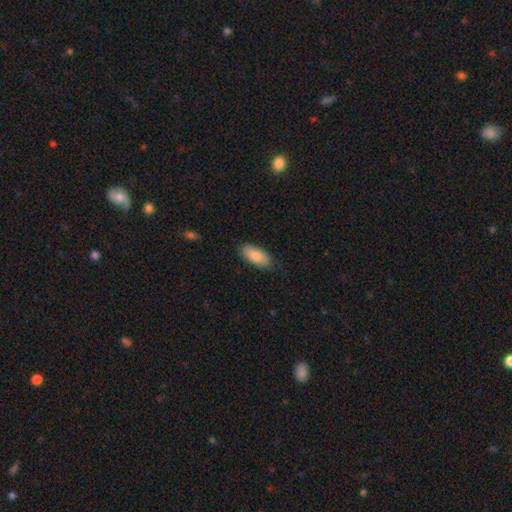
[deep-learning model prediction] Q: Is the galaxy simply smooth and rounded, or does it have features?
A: smooth — 86%.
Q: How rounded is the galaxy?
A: in between — 89%.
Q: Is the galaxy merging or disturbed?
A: none — 81%.